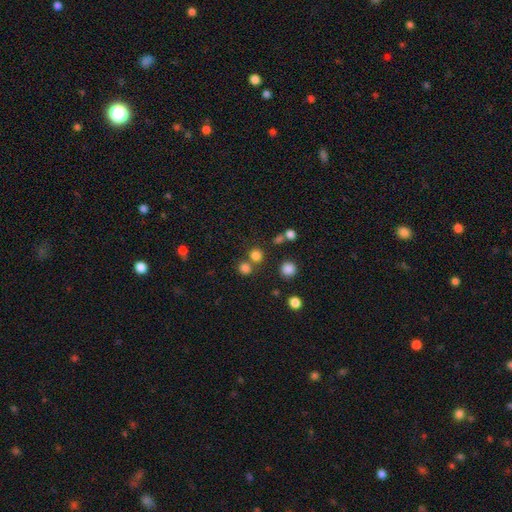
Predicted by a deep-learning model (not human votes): Morphology: type=smooth (76%); roundness=round (87%); merging=none (66%).